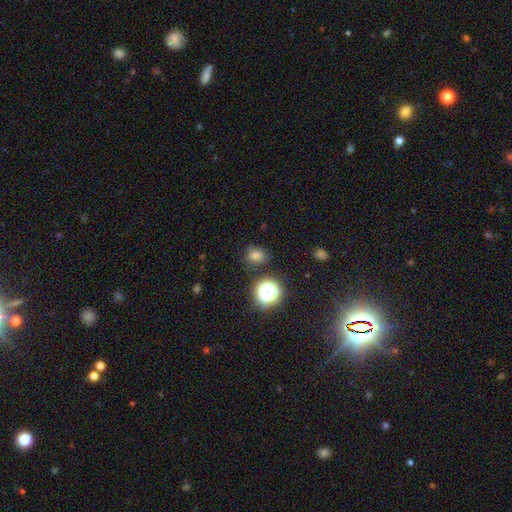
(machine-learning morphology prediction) Smooth or featured? smooth (63%)
How rounded? round (53%)
Merging? none (75%)